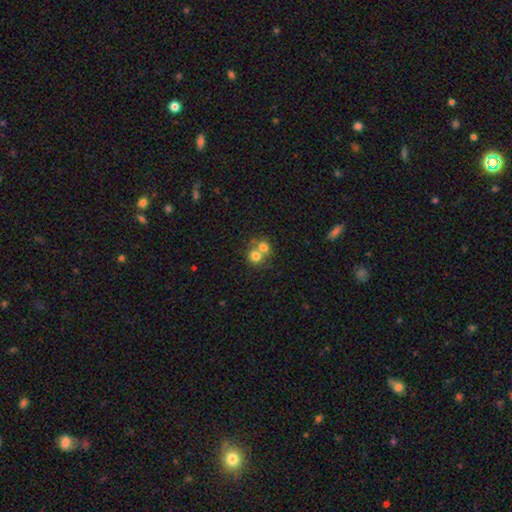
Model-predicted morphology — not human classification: Overall: smooth (74%). How rounded: round (78%). Merging: merger (62%; none 30%).